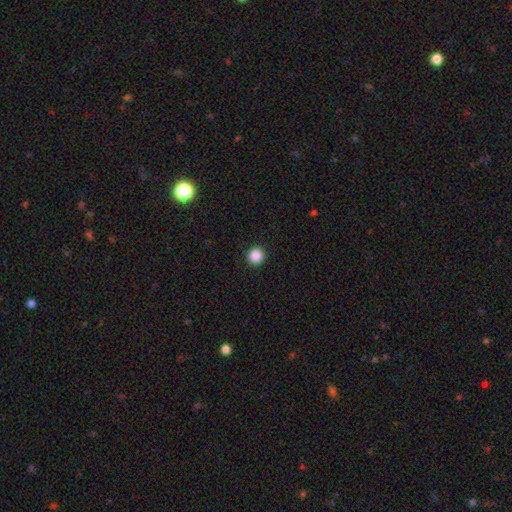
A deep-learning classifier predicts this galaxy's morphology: Smooth or featured?
  - smooth: 88% *
  - star or artifact: 10%
  - featured or disk: 2%
How rounded?
  - round: 95% *
  - in between: 4%
  - cigar-shaped: 1%
Merging?
  - none: 93% *
  - minor disturbance: 4%
  - major disturbance: 2%
  - merger: 1%